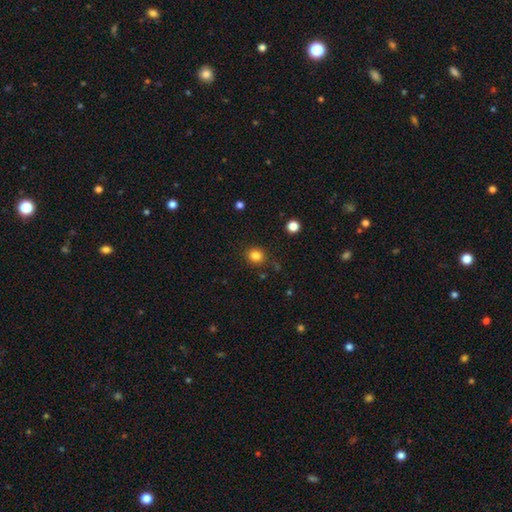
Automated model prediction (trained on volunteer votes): The model was most divided on "how rounded": round: 83%, in between: 16%, cigar-shaped: 1%. More confident: merging — none (87%); smooth or featured — smooth (83%).